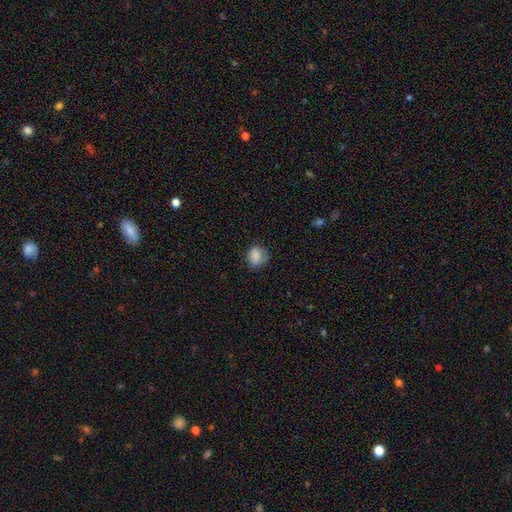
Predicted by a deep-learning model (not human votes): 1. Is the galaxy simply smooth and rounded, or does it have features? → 86% smooth, 9% star or artifact, 5% featured or disk.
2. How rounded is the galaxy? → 67% round, 32% in between, 1% cigar-shaped.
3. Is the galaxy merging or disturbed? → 72% none, 22% minor disturbance, 5% major disturbance, 1% merger.